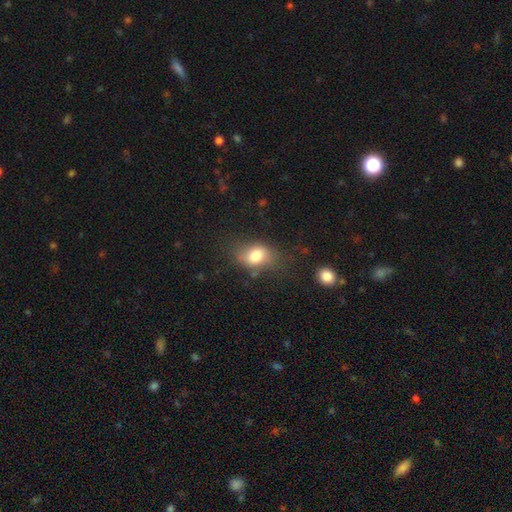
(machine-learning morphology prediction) A smooth galaxy with no disk features (77%) that is in between round and cigar-shaped (72%).

Vote fractions:
- Smooth or featured? smooth: 77% / featured or disk: 14% / star or artifact: 9%
- How rounded? in between: 72% / round: 27% / cigar-shaped: 2%
- Merging? none: 61% / minor disturbance: 25% / major disturbance: 11% / merger: 3%